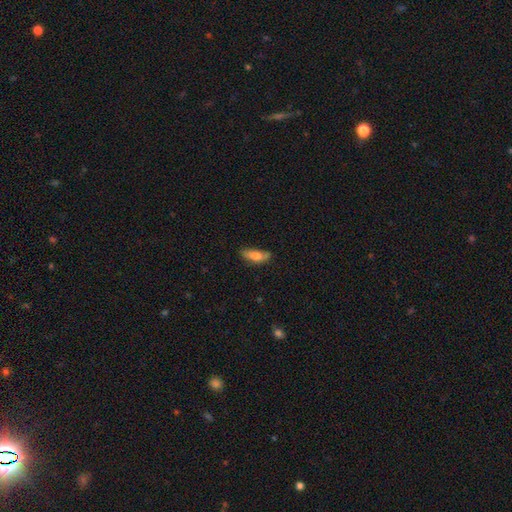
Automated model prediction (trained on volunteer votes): smooth 76%, featured or disk 17%, star or artifact 7%. Down the decision tree: how rounded — in between (64%); merging — none (60%).